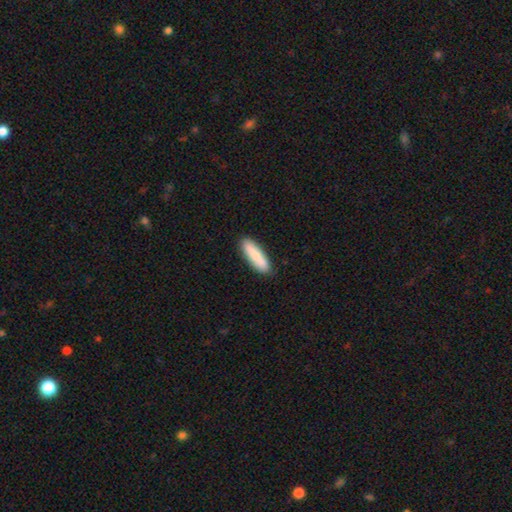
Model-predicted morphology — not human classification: Smooth or featured?
  - smooth: 85% *
  - featured or disk: 10%
  - star or artifact: 5%
How rounded?
  - cigar-shaped: 65% *
  - in between: 33%
  - round: 2%
Merging?
  - none: 88% *
  - minor disturbance: 9%
  - major disturbance: 2%
  - merger: 1%